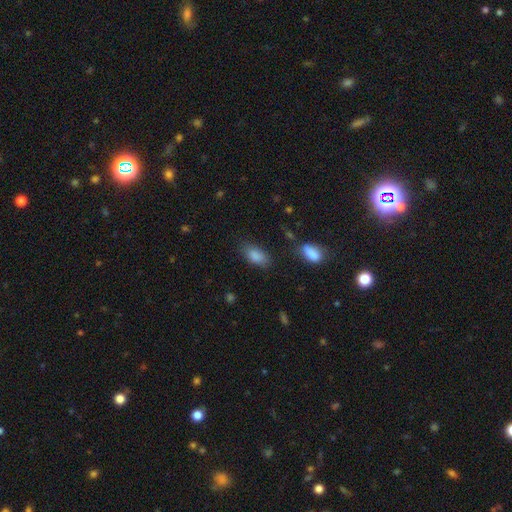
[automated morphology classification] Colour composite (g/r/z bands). It shows a smooth galaxy with no disk features (87%) that is in between round and cigar-shaped (90%). Merging: none (72%).